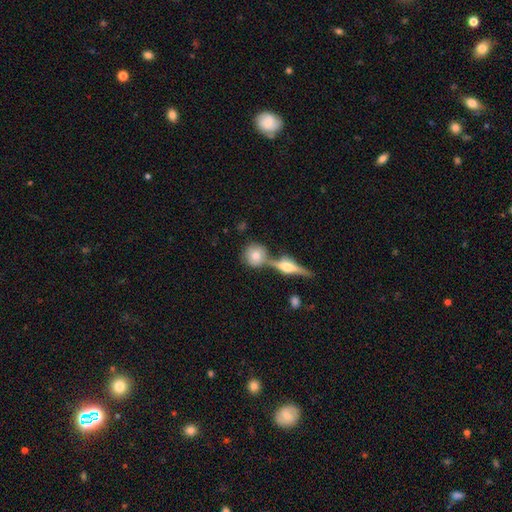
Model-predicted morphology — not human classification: Q: Smooth or featured?
A: smooth (65%); runner-up: featured or disk (27%)
Q: How rounded?
A: round (88%); runner-up: in between (10%)
Q: Merging?
A: none (58%); runner-up: merger (29%)